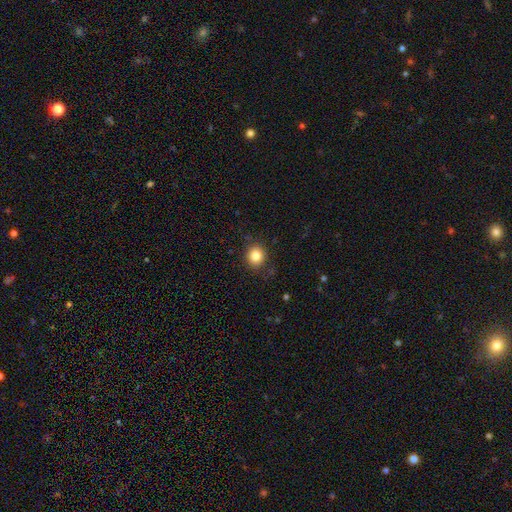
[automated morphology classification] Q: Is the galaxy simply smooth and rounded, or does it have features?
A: smooth — 84%.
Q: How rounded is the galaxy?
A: round — 82%.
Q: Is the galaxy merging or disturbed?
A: none — 86%.